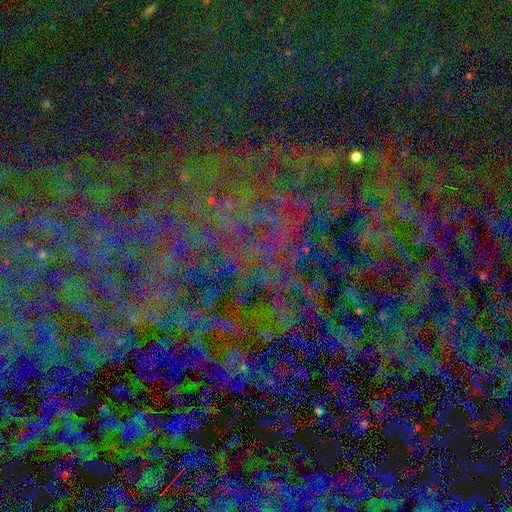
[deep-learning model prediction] Smooth or featured? Predicted: star or artifact (p=0.81).